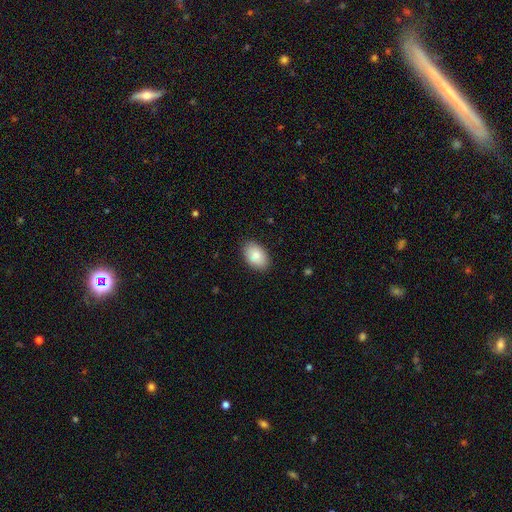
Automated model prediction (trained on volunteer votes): smooth-or-featured: smooth: 86% | featured or disk: 8% | star or artifact: 6%
  how-rounded: in between: 91% | round: 8% | cigar-shaped: 1%
  merging: none: 88% | minor disturbance: 9% | major disturbance: 2% | merger: 1%